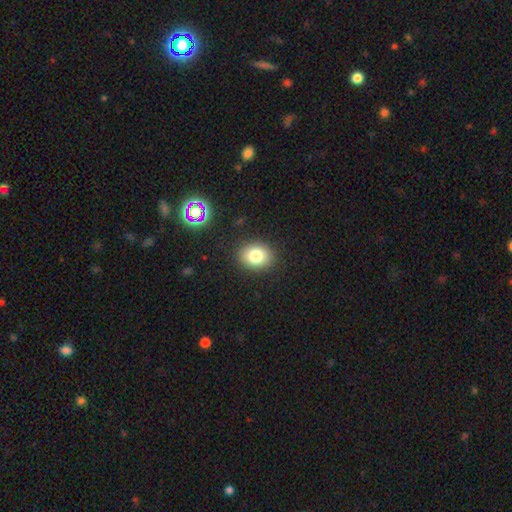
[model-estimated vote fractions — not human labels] This is likely a smooth galaxy (79%). How rounded: possibly round (53%). Merging: clearly none (88%).